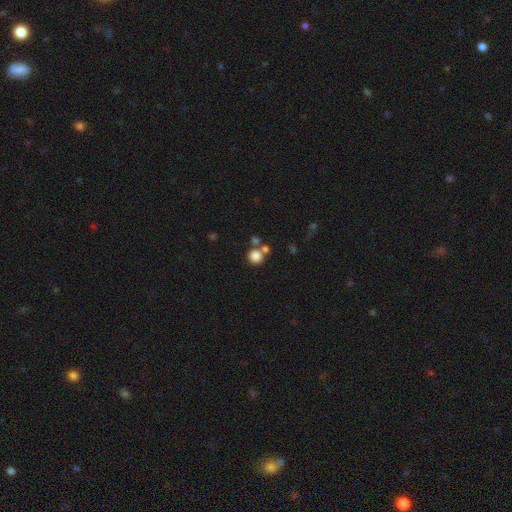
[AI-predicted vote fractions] Q: Smooth or featured?
A: smooth (82%); runner-up: star or artifact (11%)
Q: How rounded?
A: round (91%); runner-up: in between (8%)
Q: Merging?
A: none (62%); runner-up: merger (26%)